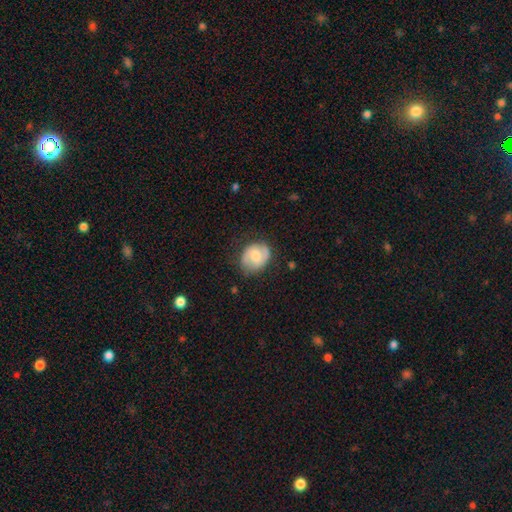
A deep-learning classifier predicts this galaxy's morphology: A featured or disk galaxy (52%) with a weak bar (46%), spiral arms (80%) and a moderate central bulge (62%).

Vote fractions:
- Smooth or featured? featured or disk: 52% / smooth: 41% / star or artifact: 7%
- Edge-on disk? no: 97% / yes: 3%
- Bar? weak: 46% / no: 42% / strong: 12%
- Spiral arms? yes: 80% / no: 20%
- Bulge size? moderate: 62% / small: 25% / large: 8% / none: 4% / dominant: 1%
- Merging? none: 72% / minor disturbance: 20% / major disturbance: 6% / merger: 1%